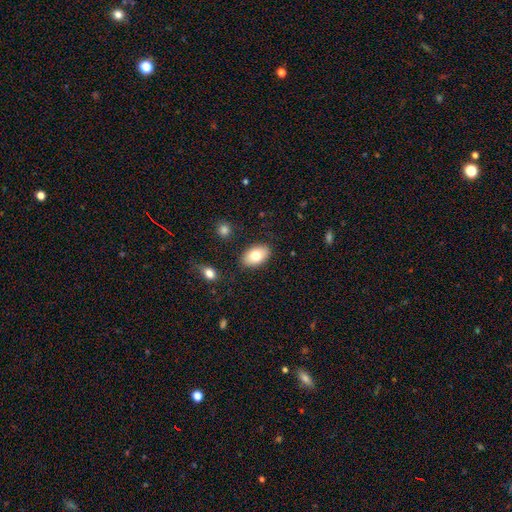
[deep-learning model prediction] A smooth galaxy with no disk features (78%) that is in between round and cigar-shaped (91%). Merging: none (85%).